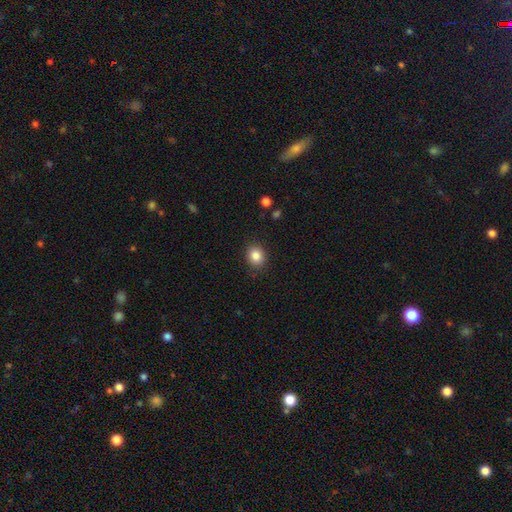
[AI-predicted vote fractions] A smooth galaxy with no disk features (85%) that is round (67%). Merging: none (88%).